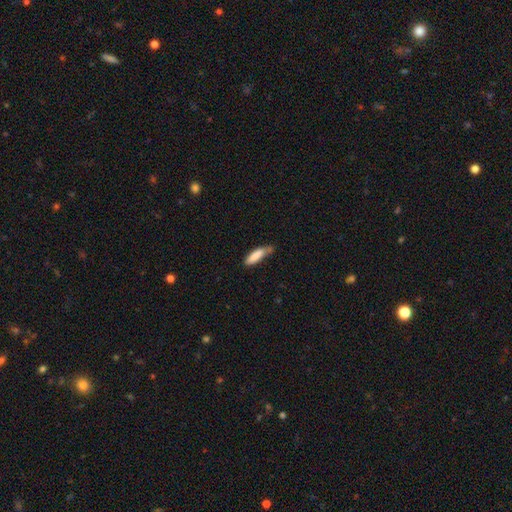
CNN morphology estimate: The model was most divided on "merging": none: 53%, minor disturbance: 34%, major disturbance: 7%, merger: 6%. More confident: smooth or featured — smooth (84%); how rounded — cigar-shaped (60%).